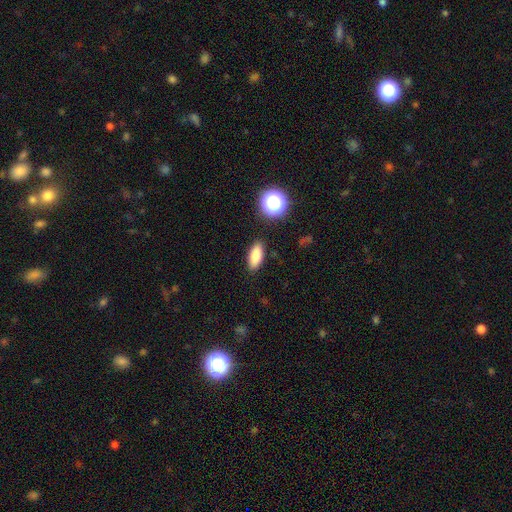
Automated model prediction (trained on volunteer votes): This appears to be a smooth galaxy with no disk features (83%) that is in between round and cigar-shaped (79%). Merging: none (87%).